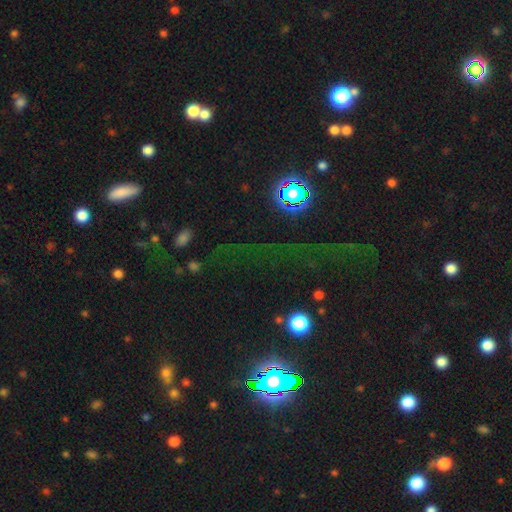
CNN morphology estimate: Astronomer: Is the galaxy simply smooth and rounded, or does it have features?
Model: star or artifact — 72%.